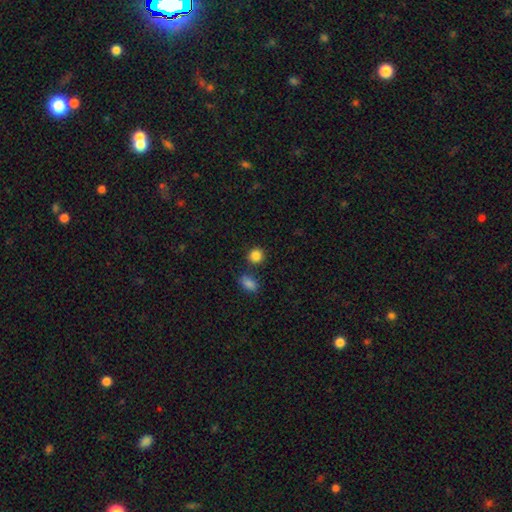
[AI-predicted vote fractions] This appears to be a smooth galaxy with no disk features (86%) that is round (87%). Merging: none (79%).